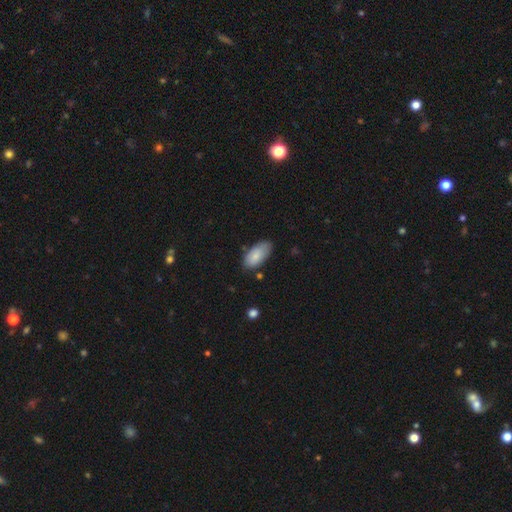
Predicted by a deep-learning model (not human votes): smooth-or-featured: smooth: 84% | featured or disk: 10% | star or artifact: 6%
  how-rounded: in between: 93% | cigar-shaped: 5% | round: 2%
  merging: none: 71% | minor disturbance: 23% | major disturbance: 4% | merger: 3%